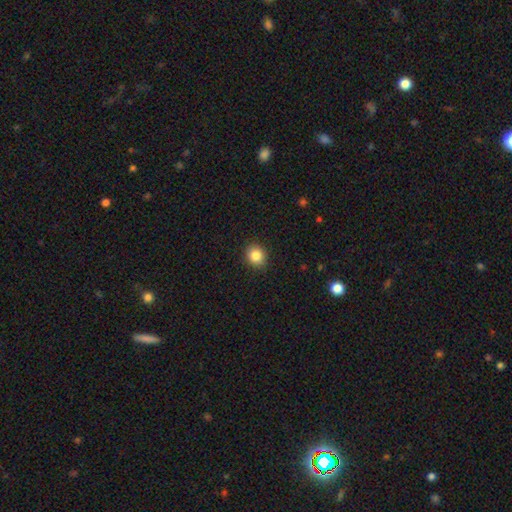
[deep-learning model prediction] Smooth or featured: smooth — 85% (star or artifact — 10%)
How rounded: round — 82% (in between — 17%)
Merging: none — 91% (minor disturbance — 6%)